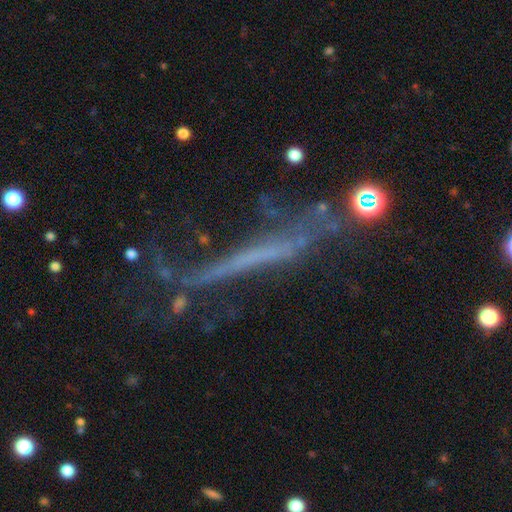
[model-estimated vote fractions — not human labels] Smooth or featured?
  - featured or disk: 45% *
  - smooth: 33%
  - star or artifact: 22%
Merging?
  - none: 51% *
  - minor disturbance: 20%
  - major disturbance: 19%
  - merger: 10%